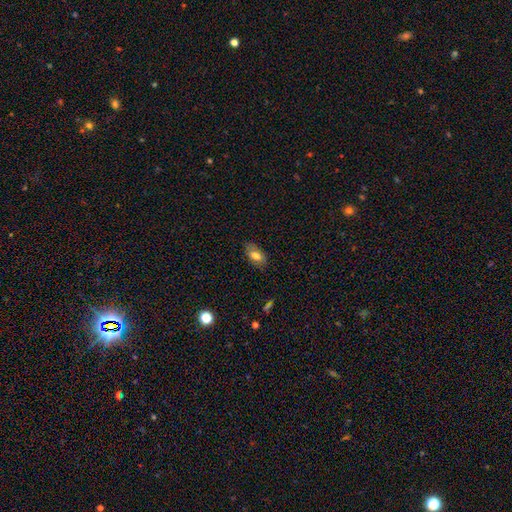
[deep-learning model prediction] smooth_or_featured: smooth (p=0.74) [alt: featured or disk p=0.17]
how_rounded: in between (p=0.89) [alt: round p=0.06]
merging: none (p=0.78) [alt: minor disturbance p=0.17]